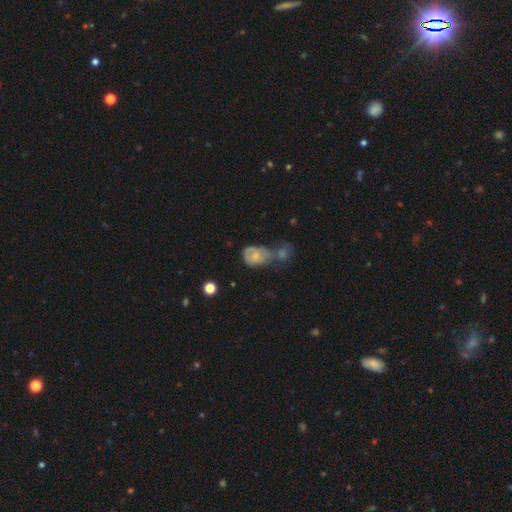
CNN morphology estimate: This is possibly a smooth galaxy (50%). How rounded: likely in between (75%). Merging: possibly merger (49%).